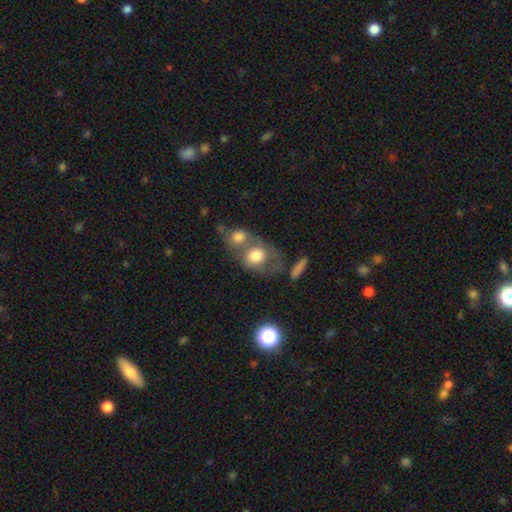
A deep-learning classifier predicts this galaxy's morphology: Smooth or featured?
  - smooth: 64% *
  - featured or disk: 27%
  - star or artifact: 9%
How rounded?
  - in between: 50% *
  - round: 48%
  - cigar-shaped: 2%
Merging?
  - merger: 60% *
  - none: 20%
  - major disturbance: 11%
  - minor disturbance: 10%